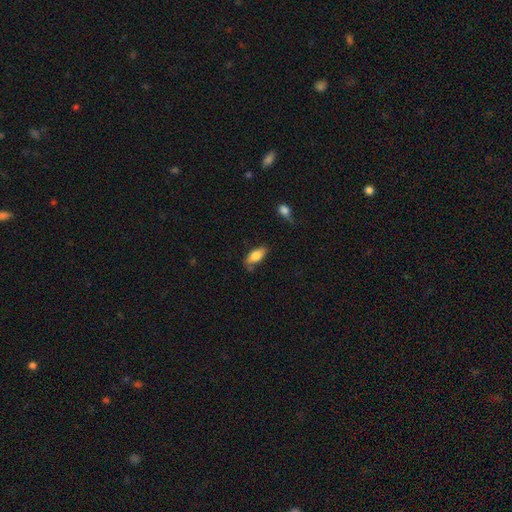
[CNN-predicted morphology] Smooth or featured? smooth (78%)
How rounded? in between (86%)
Merging? none (62%)